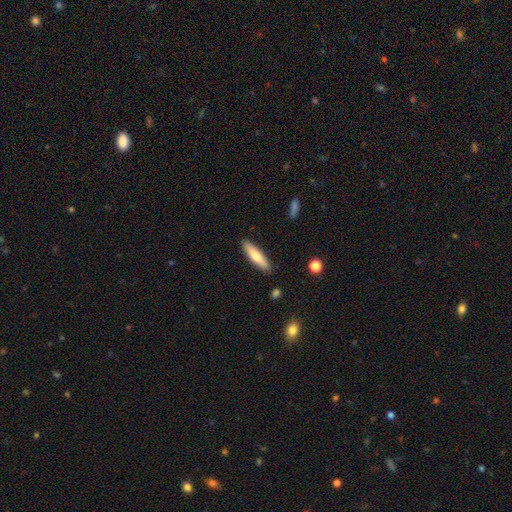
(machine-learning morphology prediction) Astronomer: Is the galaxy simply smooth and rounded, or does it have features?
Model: smooth — 70%.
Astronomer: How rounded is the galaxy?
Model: cigar-shaped — 76%.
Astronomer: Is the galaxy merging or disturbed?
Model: none — 89%.